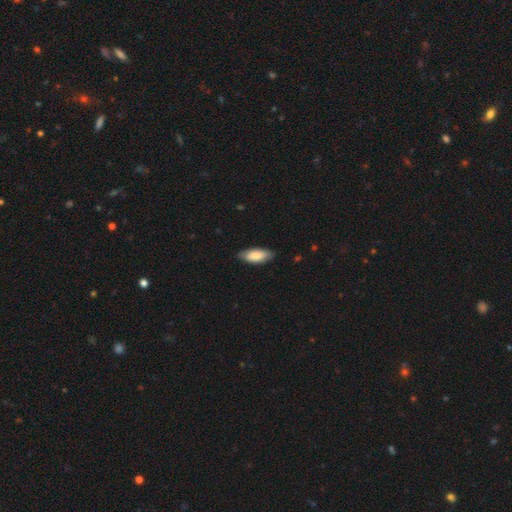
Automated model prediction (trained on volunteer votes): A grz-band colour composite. It shows a smooth galaxy with no disk features (84%) that is in between round and cigar-shaped (82%). Merging: none (84%).